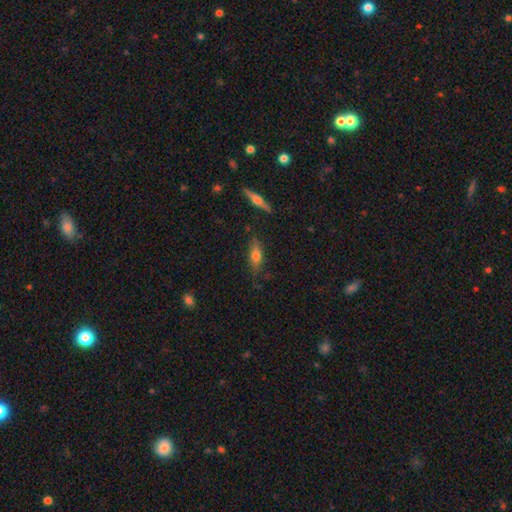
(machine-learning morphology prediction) A smooth galaxy with no disk features (61%) that is in between round and cigar-shaped (54%). Merging: none (74%).